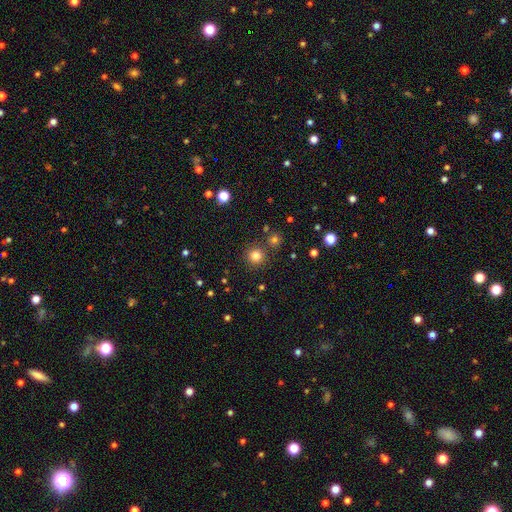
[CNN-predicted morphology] This appears to be a smooth galaxy with no disk features (81%) that is round (94%). Merging: none (85%).